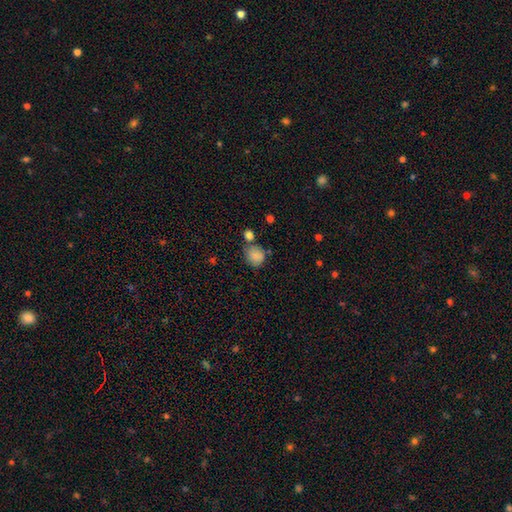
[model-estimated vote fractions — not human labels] Q: Smooth or featured?
A: smooth (85%); runner-up: star or artifact (9%)
Q: How rounded?
A: round (77%); runner-up: in between (22%)
Q: Merging?
A: none (60%); runner-up: minor disturbance (18%)